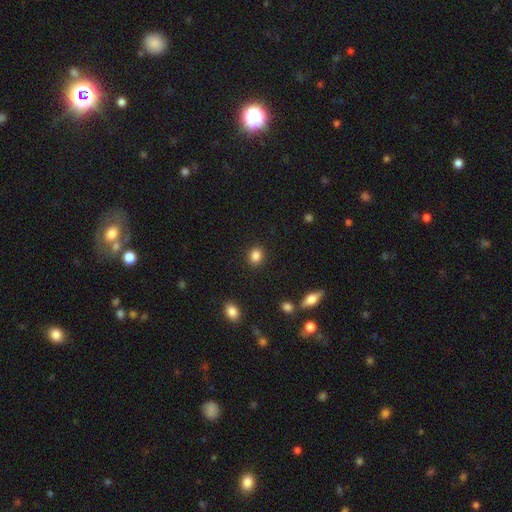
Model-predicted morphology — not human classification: The model was most divided on "how rounded": round: 65%, in between: 34%, cigar-shaped: 1%. More confident: merging — none (89%); smooth or featured — smooth (86%).